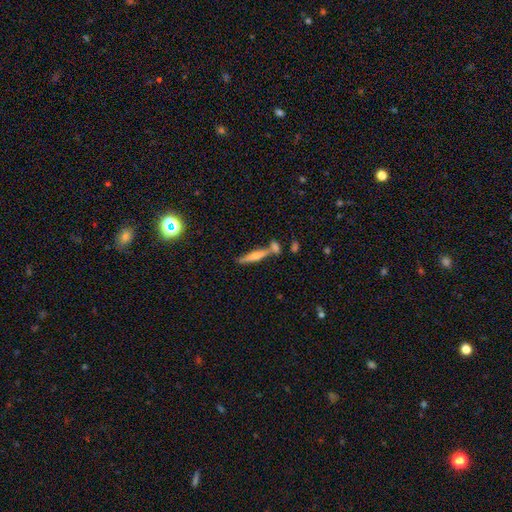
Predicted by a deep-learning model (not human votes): A featured or disk galaxy (53%) viewed edge-on (93%). Merging: none (64%).